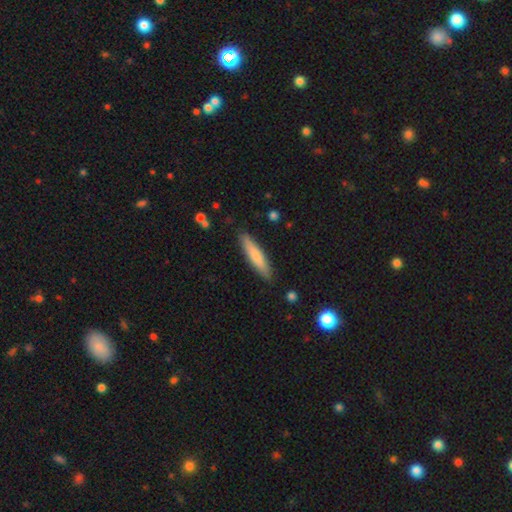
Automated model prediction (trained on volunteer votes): Smooth or featured? smooth (75%)
How rounded? cigar-shaped (86%)
Merging? none (88%)